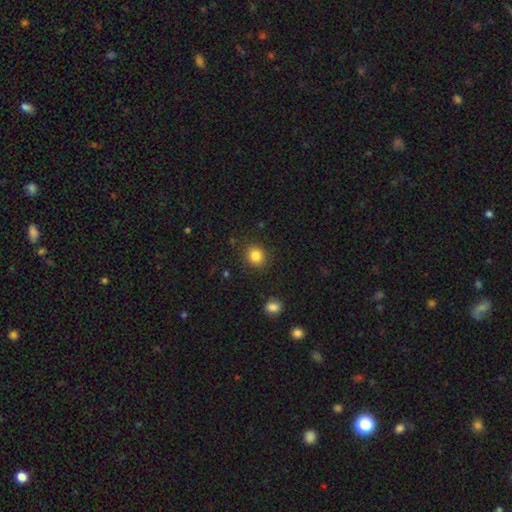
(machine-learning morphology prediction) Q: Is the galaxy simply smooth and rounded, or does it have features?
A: smooth — 84%.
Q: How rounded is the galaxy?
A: round — 80%.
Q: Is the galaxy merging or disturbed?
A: none — 88%.